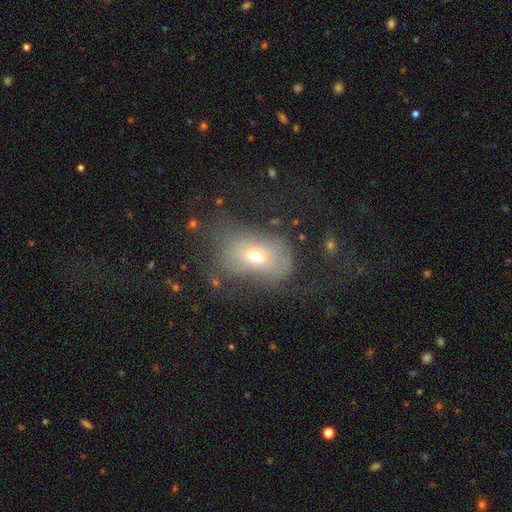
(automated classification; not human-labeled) The model was most divided on "merging": none: 40%, major disturbance: 34%, minor disturbance: 23%, merger: 3%. More confident: how rounded — in between (64%); smooth or featured — smooth (57%).